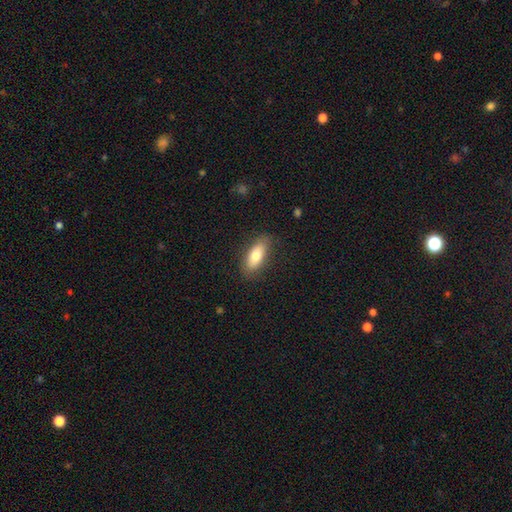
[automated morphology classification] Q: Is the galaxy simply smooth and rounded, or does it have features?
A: smooth — 75%.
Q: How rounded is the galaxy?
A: in between — 78%.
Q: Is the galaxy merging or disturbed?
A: none — 82%.